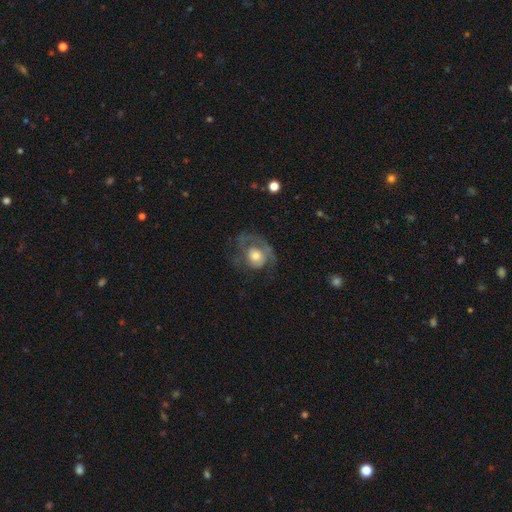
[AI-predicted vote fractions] The model was most divided on "merging": none: 41%, major disturbance: 36%, minor disturbance: 21%, merger: 2%. More confident: edge-on disk — no (96%); bar — no (83%); spiral arms — yes (63%); smooth or featured — featured or disk (57%); bulge size — moderate (57%).